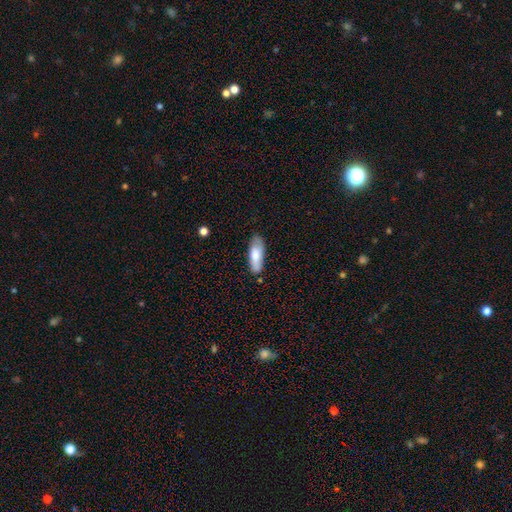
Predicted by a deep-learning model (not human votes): Morphology: type=smooth (75%); roundness=in between (65%); merging=none (76%).